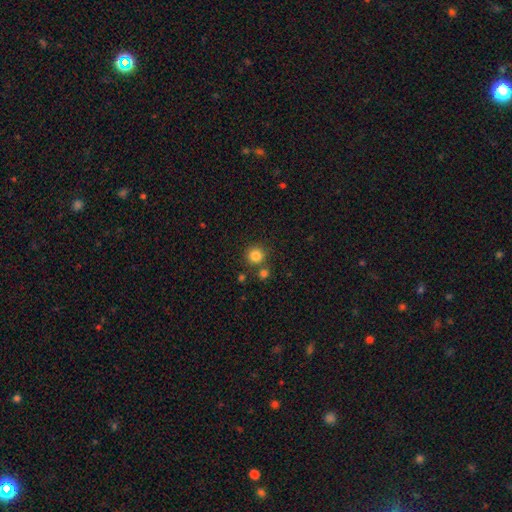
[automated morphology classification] smooth-or-featured: smooth: 82% | star or artifact: 13% | featured or disk: 5%
  how-rounded: round: 94% | in between: 5% | cigar-shaped: 1%
  merging: none: 78% | merger: 12% | minor disturbance: 7% | major disturbance: 3%